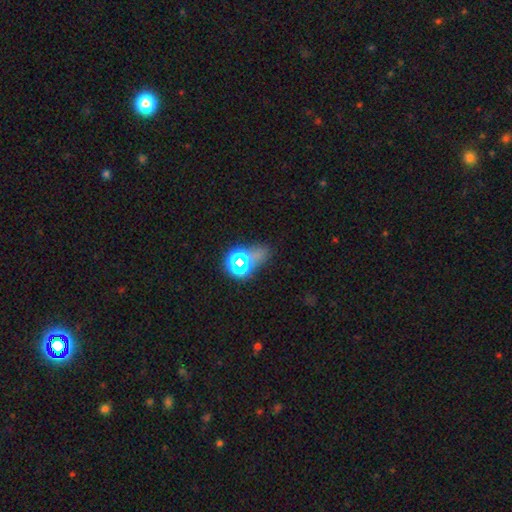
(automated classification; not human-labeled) This appears to be a star or artifact, not a galaxy (51%).